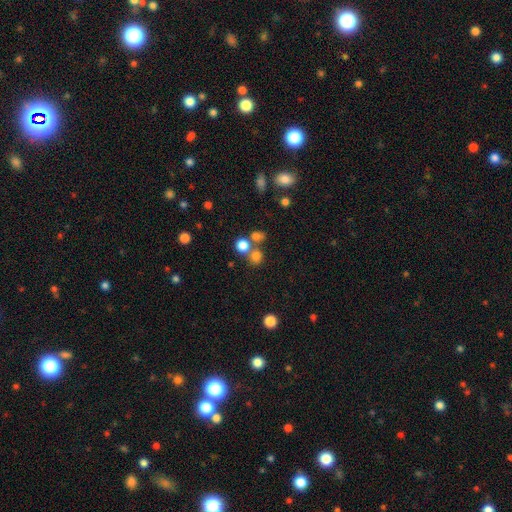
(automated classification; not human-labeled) This is likely a smooth galaxy (76%). How rounded: clearly round (85%). Merging: possibly none (57%).